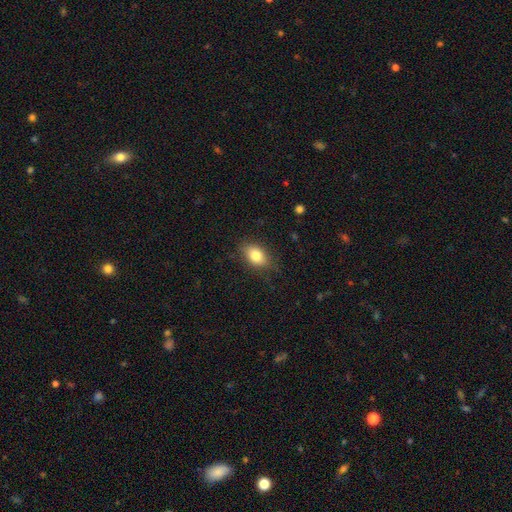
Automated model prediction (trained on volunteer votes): This is clearly a smooth galaxy (81%). How rounded: clearly in between (83%). Merging: likely none (80%).